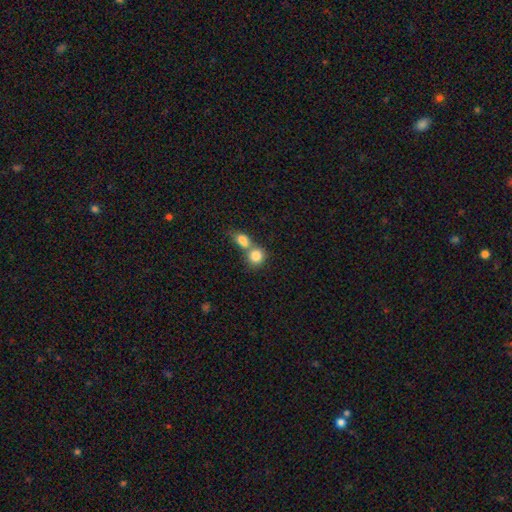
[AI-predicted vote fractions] Q: Smooth or featured?
A: smooth (82%); runner-up: star or artifact (9%)
Q: How rounded?
A: round (78%); runner-up: in between (20%)
Q: Merging?
A: merger (57%); runner-up: none (34%)